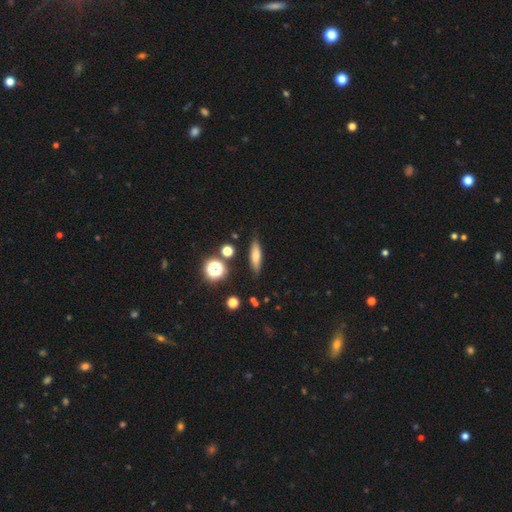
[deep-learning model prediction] Smooth or featured?
  - smooth: 66% *
  - featured or disk: 22%
  - star or artifact: 12%
How rounded?
  - cigar-shaped: 61% *
  - in between: 33%
  - round: 6%
Merging?
  - none: 84% *
  - minor disturbance: 11%
  - merger: 3%
  - major disturbance: 3%